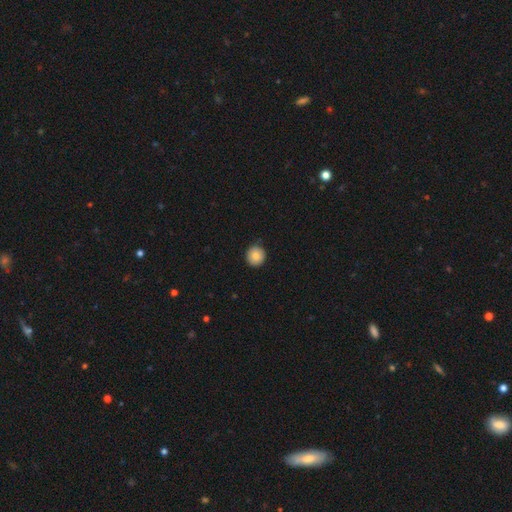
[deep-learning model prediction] Overall: smooth (83%). How rounded: round (91%). Merging: none (86%).